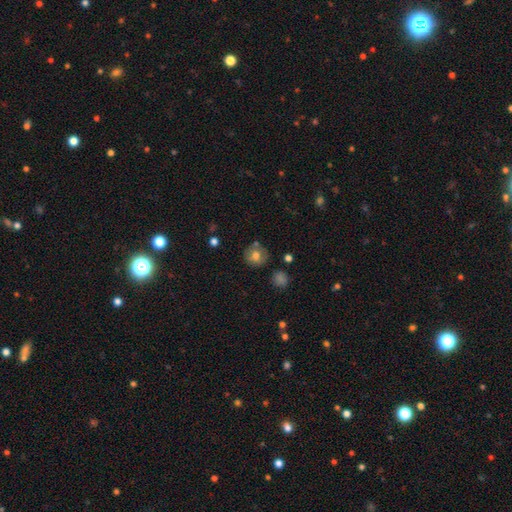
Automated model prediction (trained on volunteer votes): This appears to be a smooth galaxy with no disk features (72%) that is round (88%). Merging: none (77%).